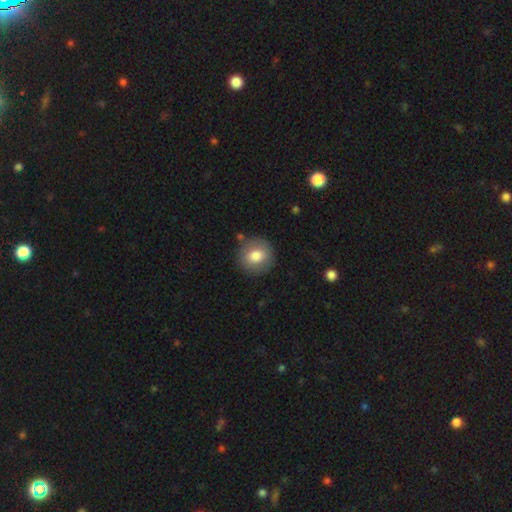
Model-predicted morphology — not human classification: A smooth galaxy with no disk features (79%) that is round (88%). Merging: none (85%).